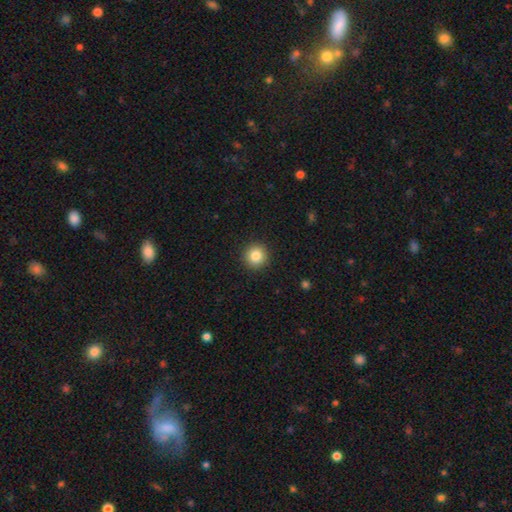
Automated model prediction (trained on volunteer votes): This appears to be a smooth galaxy with no disk features (85%) that is round (94%). Merging: none (92%).